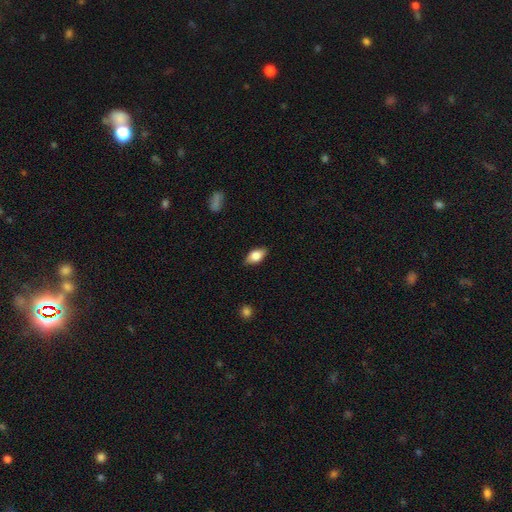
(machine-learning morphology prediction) smooth-or-featured: smooth: 77% | featured or disk: 16% | star or artifact: 7%
  how-rounded: in between: 89% | cigar-shaped: 6% | round: 5%
  merging: none: 85% | minor disturbance: 12% | major disturbance: 2% | merger: 1%